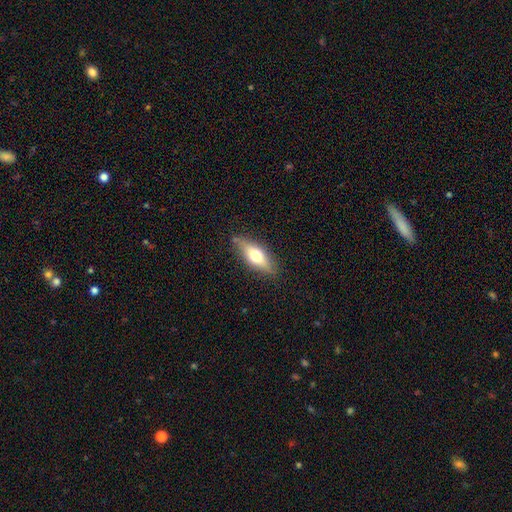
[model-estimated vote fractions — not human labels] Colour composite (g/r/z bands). It shows a smooth galaxy with no disk features (56%) that is in between round and cigar-shaped (61%). Merging: none (81%).